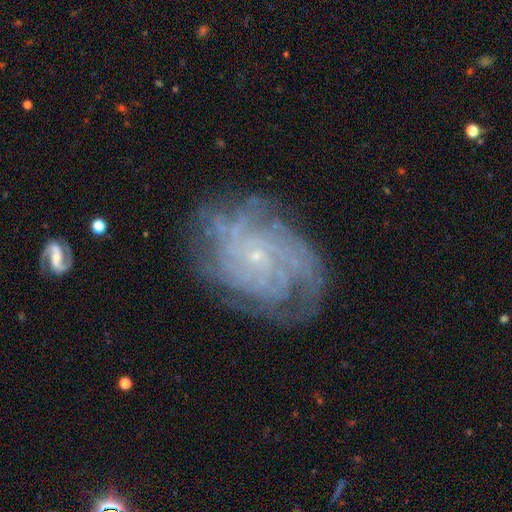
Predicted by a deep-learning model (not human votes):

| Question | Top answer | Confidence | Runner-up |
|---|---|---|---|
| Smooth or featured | featured or disk | 83% | smooth (10%) |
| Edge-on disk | no | 97% | yes (3%) |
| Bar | no | 81% | weak (15%) |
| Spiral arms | yes | 94% | no (6%) |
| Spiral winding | tight | 71% | medium (22%) |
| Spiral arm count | can't tell | 33% | more than 4 (21%) |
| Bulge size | small | 89% | moderate (6%) |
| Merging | none | 74% | minor disturbance (16%) |